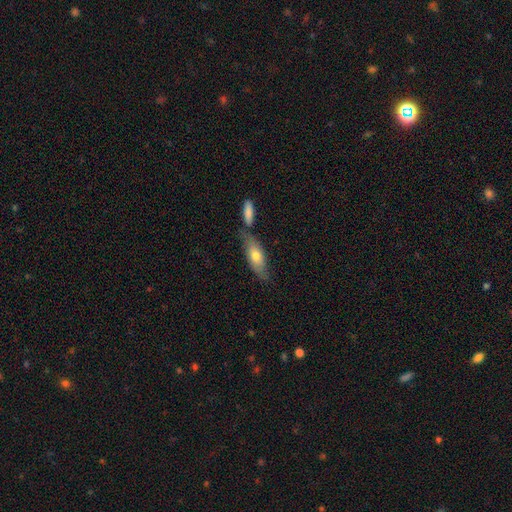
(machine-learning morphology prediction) Smooth or featured?
  - smooth: 61% *
  - featured or disk: 33%
  - star or artifact: 6%
How rounded?
  - in between: 61% *
  - cigar-shaped: 36%
  - round: 3%
Merging?
  - none: 55% *
  - merger: 22%
  - minor disturbance: 18%
  - major disturbance: 5%